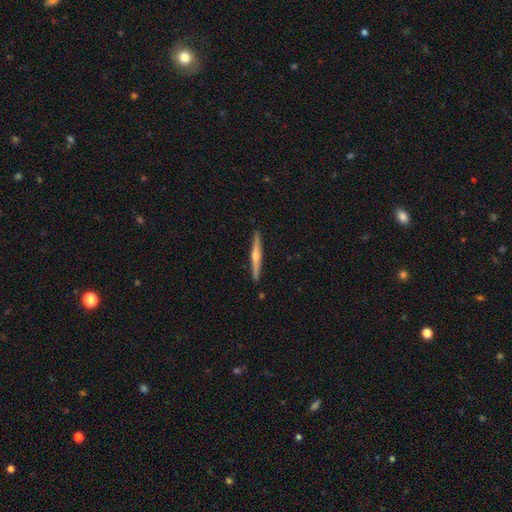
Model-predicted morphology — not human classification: smooth_or_featured: featured or disk (p=0.72) [alt: smooth p=0.23]
disk_edge_on: yes (p=0.98) [alt: no p=0.02]
edge_on_bulge: rounded (p=0.84) [alt: none p=0.10]
merging: none (p=0.92) [alt: minor disturbance p=0.06]